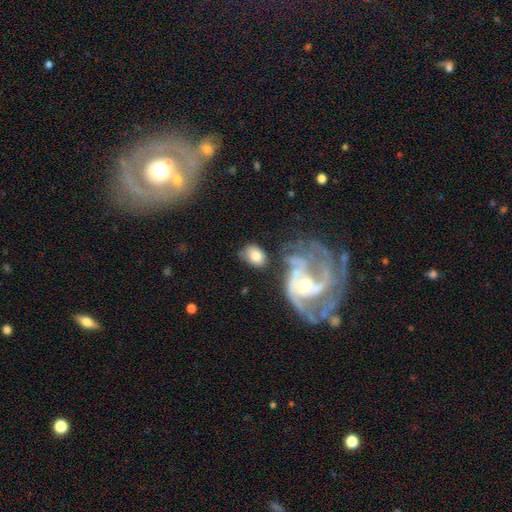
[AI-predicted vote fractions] This appears to be a smooth galaxy with no disk features (69%) that is in between round and cigar-shaped (73%). Merging: none (54%).